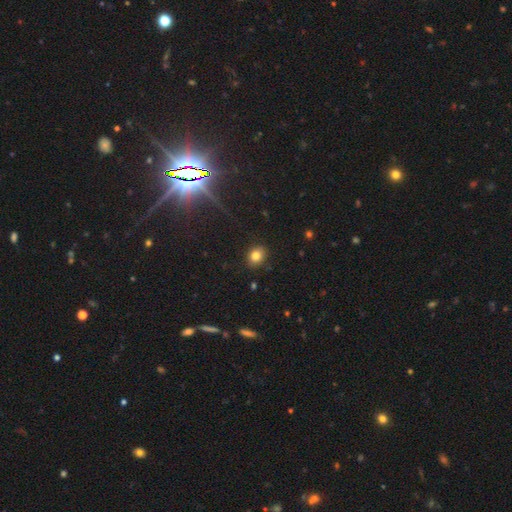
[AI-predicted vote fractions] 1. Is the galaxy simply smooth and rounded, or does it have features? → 81% smooth, 12% star or artifact, 7% featured or disk.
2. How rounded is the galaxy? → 51% round, 48% in between, 1% cigar-shaped.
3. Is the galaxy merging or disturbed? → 87% none, 9% minor disturbance, 2% major disturbance, 1% merger.